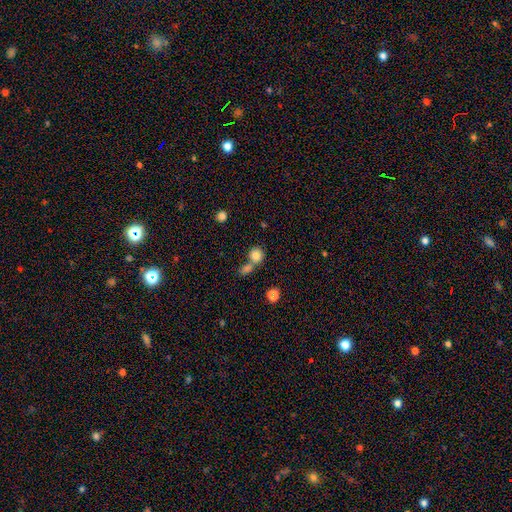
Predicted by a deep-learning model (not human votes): Smooth or featured: smooth — 81% (star or artifact — 11%)
How rounded: round — 84% (in between — 14%)
Merging: none — 46% (merger — 42%)